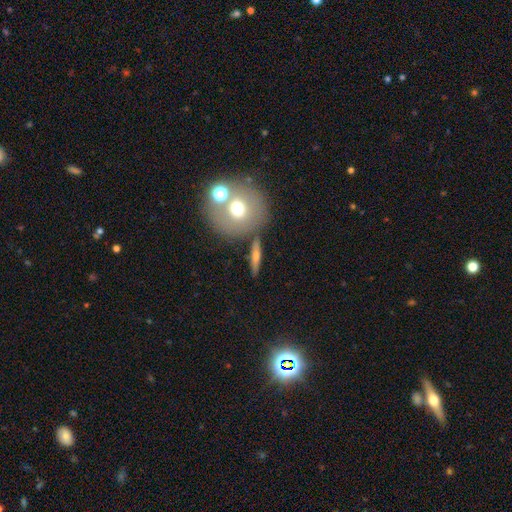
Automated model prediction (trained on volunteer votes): A smooth galaxy with no disk features (45%). Merging: none (77%).